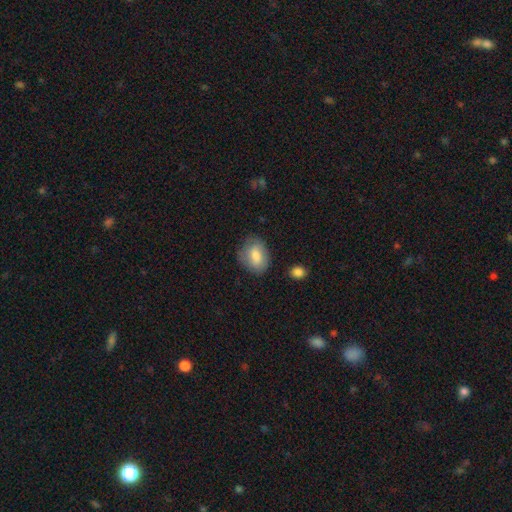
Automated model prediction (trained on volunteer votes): A smooth galaxy with no disk features (78%) that is in between round and cigar-shaped (69%). Merging: none (75%).